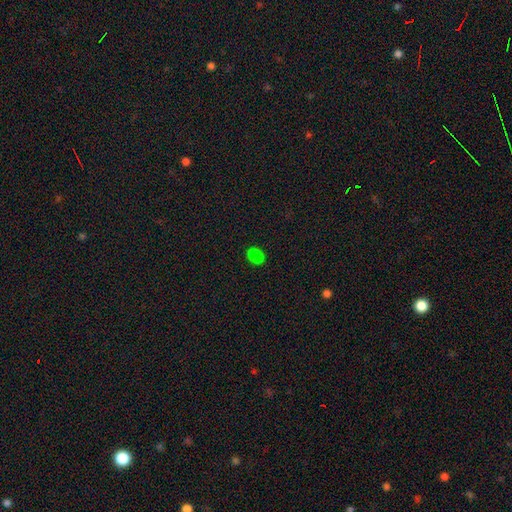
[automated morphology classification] A smooth galaxy with no disk features (57%) that is in between round and cigar-shaped (59%).

Vote fractions:
- Smooth or featured? smooth: 57% / star or artifact: 35% / featured or disk: 7%
- How rounded? in between: 59% / round: 39% / cigar-shaped: 2%
- Merging? none: 81% / minor disturbance: 12% / major disturbance: 4% / merger: 3%